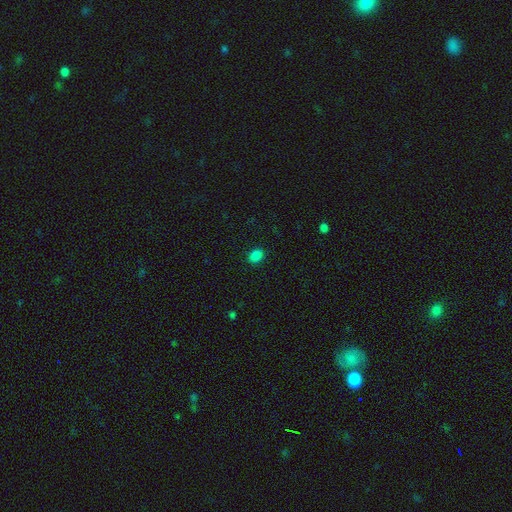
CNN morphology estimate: A smooth galaxy with no disk features (85%) that is in between round and cigar-shaped (70%). Merging: none (88%).